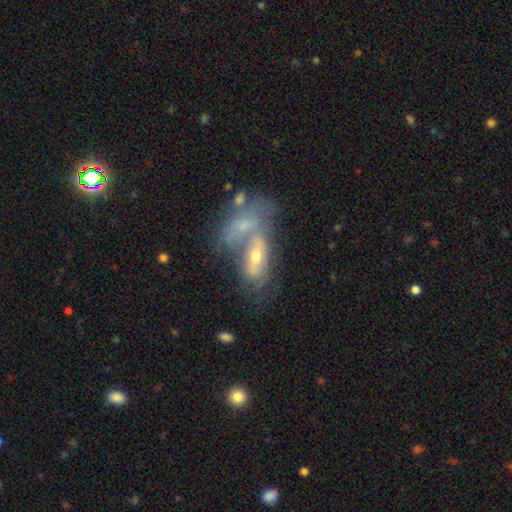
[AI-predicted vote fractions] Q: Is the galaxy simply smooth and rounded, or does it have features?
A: featured or disk — 54%.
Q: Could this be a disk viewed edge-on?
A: no — 84%.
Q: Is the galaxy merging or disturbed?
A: merger — 56%.